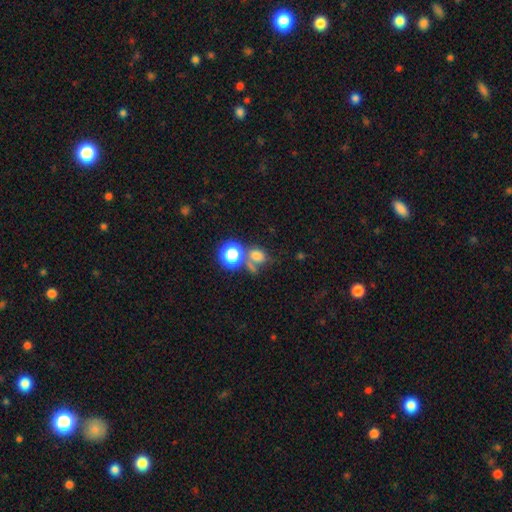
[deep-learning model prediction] Morphology: type=smooth (68%); roundness=round (62%); merging=none (46%).